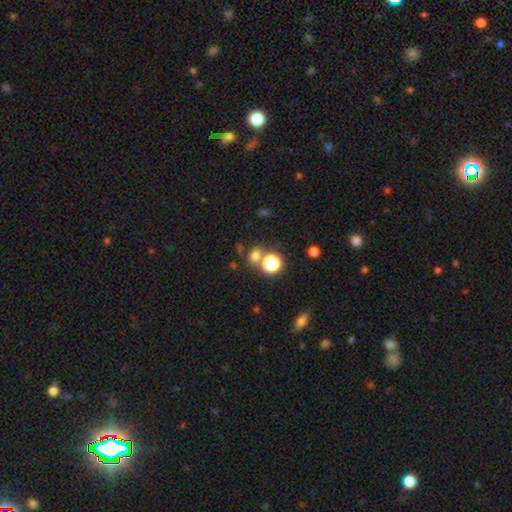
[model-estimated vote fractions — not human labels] Morphology: type=smooth (66%); roundness=round (69%); merging=none (65%).